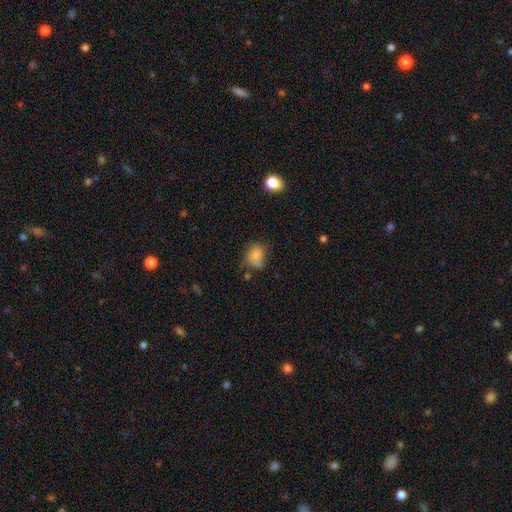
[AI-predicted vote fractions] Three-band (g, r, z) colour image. It shows a smooth galaxy with no disk features (77%) that is in between round and cigar-shaped (62%). Merging: none (43%).